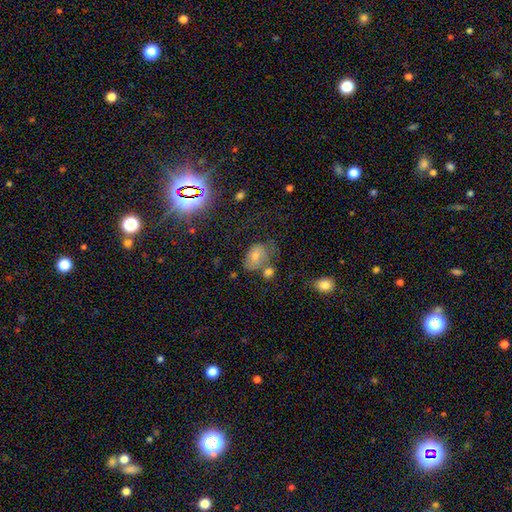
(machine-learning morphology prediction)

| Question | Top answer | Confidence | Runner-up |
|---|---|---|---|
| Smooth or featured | smooth | 45% | featured or disk (28%) |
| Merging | none | 50% | minor disturbance (22%) |